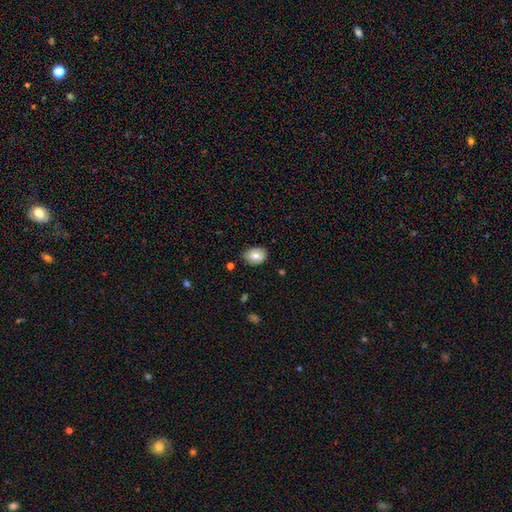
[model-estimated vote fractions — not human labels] Smooth or featured: smooth — 79% (featured or disk — 13%)
How rounded: in between — 70% (round — 29%)
Merging: none — 79% (minor disturbance — 17%)